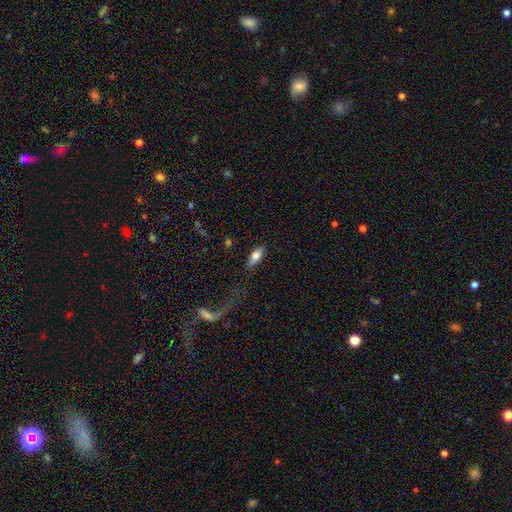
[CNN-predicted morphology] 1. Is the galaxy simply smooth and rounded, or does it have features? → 70% smooth, 23% featured or disk, 7% star or artifact.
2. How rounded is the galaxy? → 81% in between, 16% cigar-shaped, 3% round.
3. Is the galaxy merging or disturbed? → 78% none, 14% minor disturbance, 5% major disturbance, 3% merger.